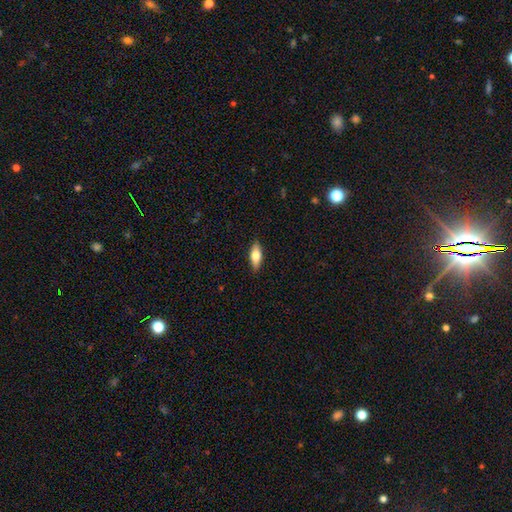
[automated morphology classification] smooth_or_featured: smooth (p=0.70) [alt: featured or disk p=0.24]
how_rounded: in between (p=0.72) [alt: cigar-shaped p=0.25]
merging: none (p=0.89) [alt: minor disturbance p=0.08]